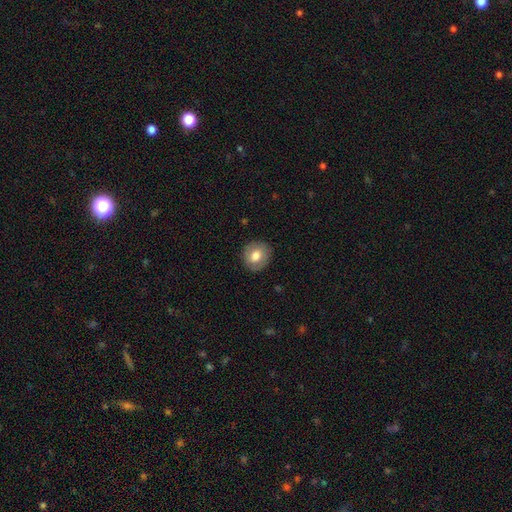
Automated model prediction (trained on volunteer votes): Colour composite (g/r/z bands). It shows a smooth galaxy with no disk features (74%) that is round (84%). Merging: none (88%).